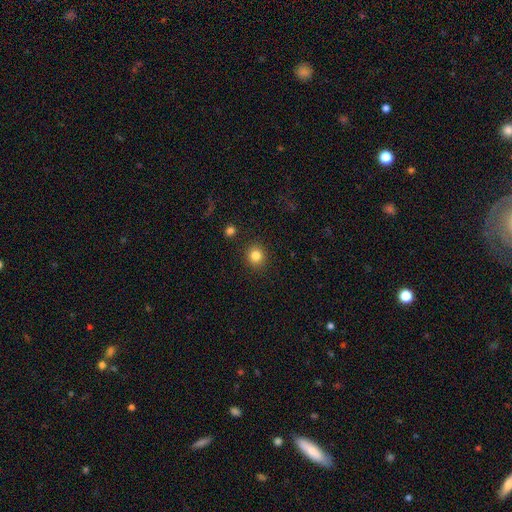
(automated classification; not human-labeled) Smooth or featured?
  - smooth: 83% *
  - star or artifact: 11%
  - featured or disk: 5%
How rounded?
  - round: 89% *
  - in between: 10%
  - cigar-shaped: 1%
Merging?
  - none: 90% *
  - minor disturbance: 6%
  - major disturbance: 2%
  - merger: 2%